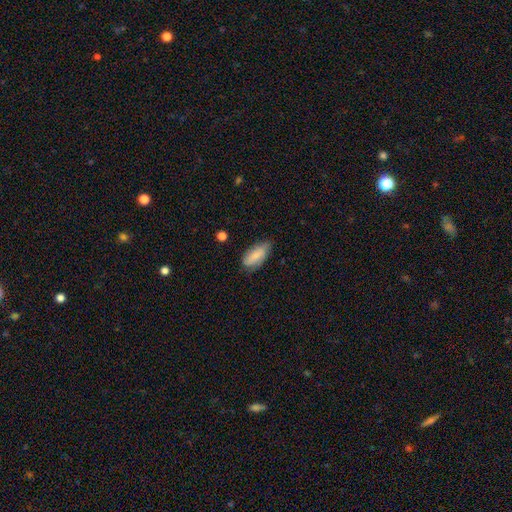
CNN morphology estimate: type=smooth (75%); roundness=in between (86%); merging=none (69%).